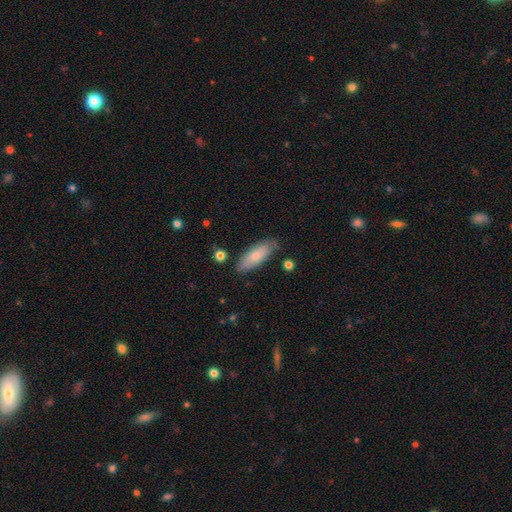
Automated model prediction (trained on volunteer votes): Smooth or featured? smooth (75%)
How rounded? in between (72%)
Merging? none (78%)